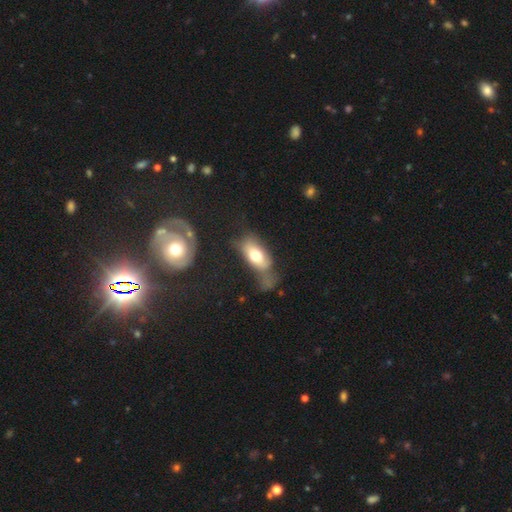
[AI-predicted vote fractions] Overall: smooth (64%; featured or disk 28%). How rounded: in between (84%). Merging: major disturbance (33%; none 31%).